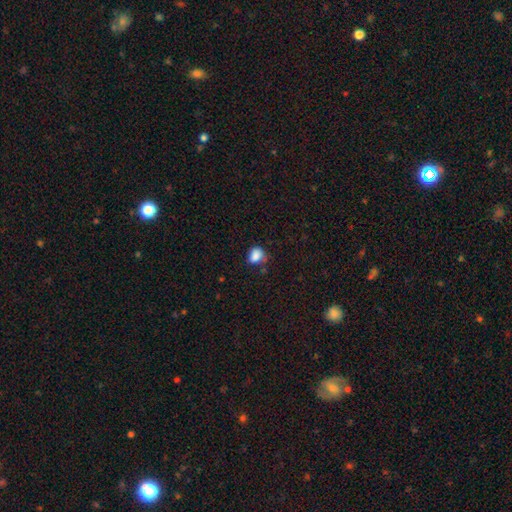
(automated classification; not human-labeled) A smooth galaxy with no disk features (85%) that is in between round and cigar-shaped (53%). Merging: none (58%).